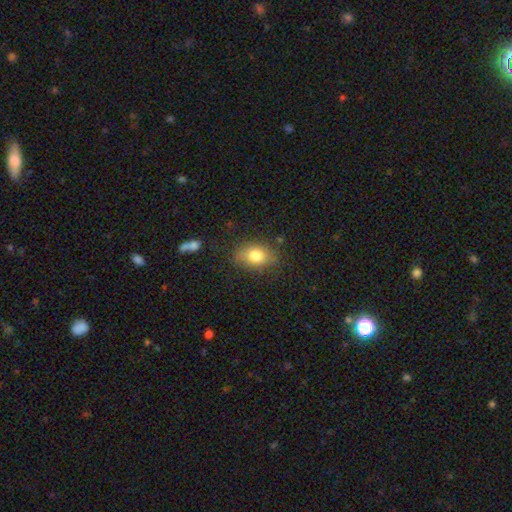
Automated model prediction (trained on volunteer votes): Smooth or featured? smooth (79%)
How rounded? in between (75%)
Merging? none (76%)